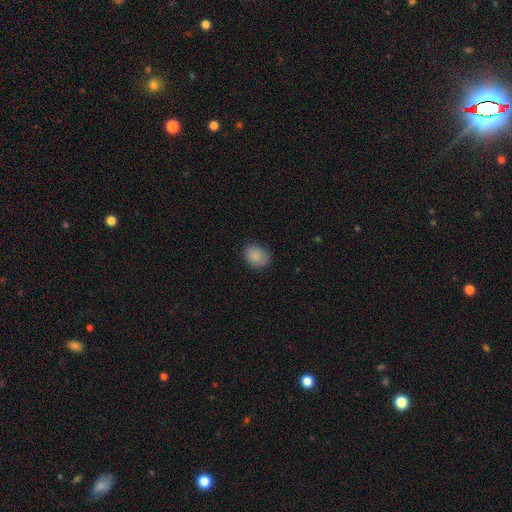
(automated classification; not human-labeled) Morphology: type=smooth (87%); roundness=round (56%); merging=none (78%).